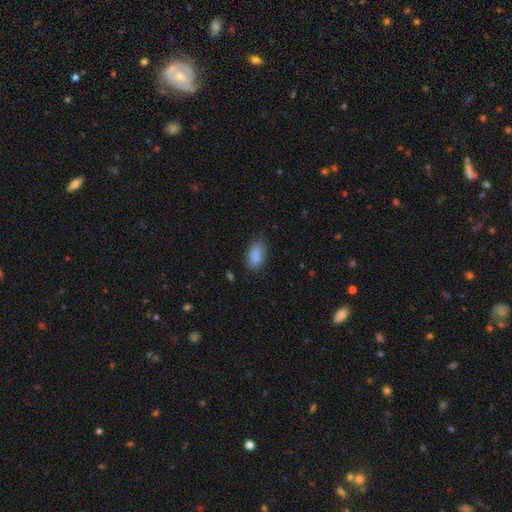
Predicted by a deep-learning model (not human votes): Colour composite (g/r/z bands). It shows a smooth galaxy with no disk features (88%) that is in between round and cigar-shaped (92%). Merging: none (76%).